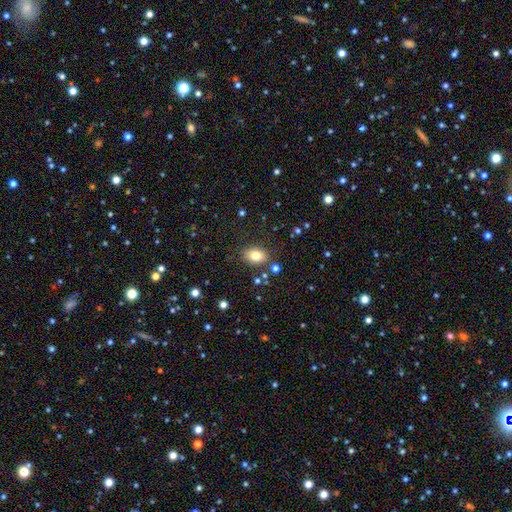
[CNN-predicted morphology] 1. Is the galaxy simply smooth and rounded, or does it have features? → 78% smooth, 11% star or artifact, 11% featured or disk.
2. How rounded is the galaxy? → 73% in between, 26% round, 1% cigar-shaped.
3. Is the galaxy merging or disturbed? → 82% none, 11% minor disturbance, 3% major disturbance, 3% merger.